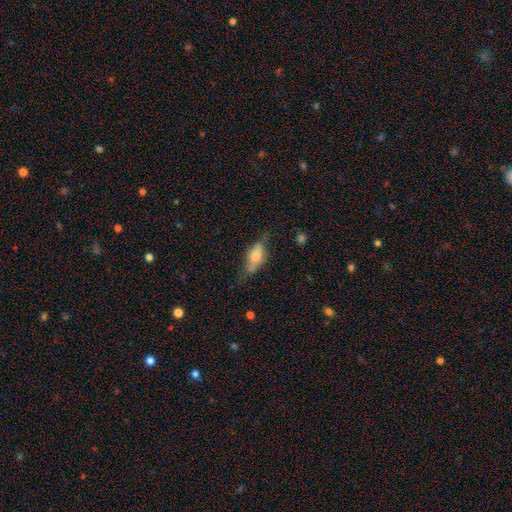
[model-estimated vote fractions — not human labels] This appears to be a smooth galaxy with no disk features (55%) that is in between round and cigar-shaped (76%). Merging: none (56%).